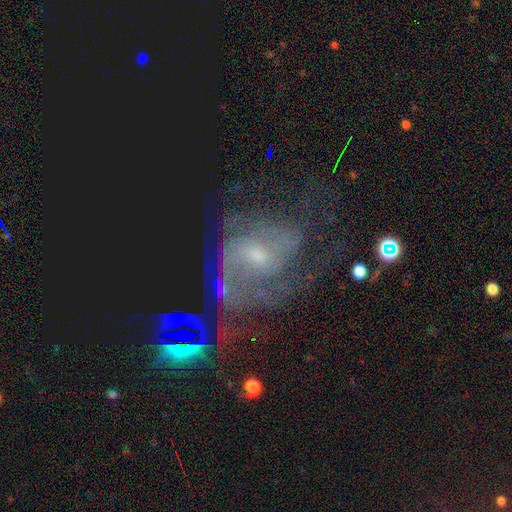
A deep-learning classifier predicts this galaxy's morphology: type=featured or disk (71%); edge-on=no (97%); bar=no (51%); spiral arms=yes (83%); winding=medium (44%); arm count=can't tell (38%); bulge=small (64%); merging=none (44%).